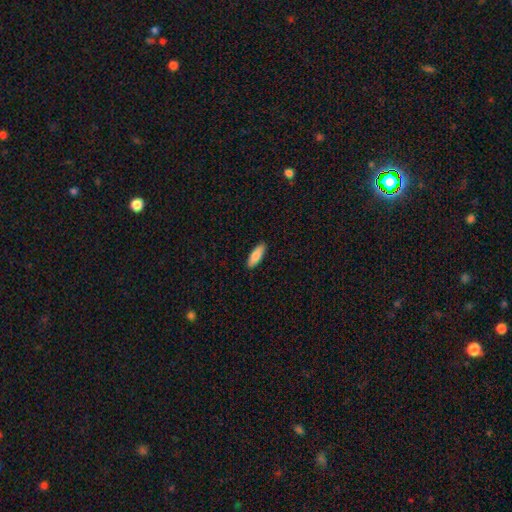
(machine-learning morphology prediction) Smooth or featured: smooth — 82% (featured or disk — 12%)
How rounded: in between — 60% (cigar-shaped — 38%)
Merging: none — 90% (minor disturbance — 8%)